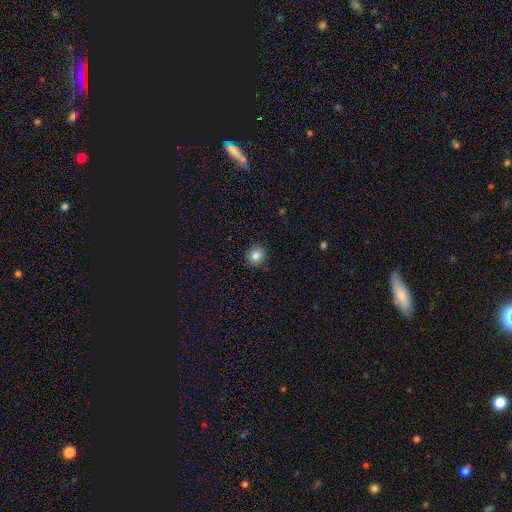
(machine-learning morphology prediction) Smooth or featured? Predicted: smooth (p=0.83). How rounded? Predicted: round (p=0.88). Merging? Predicted: none (p=0.90).